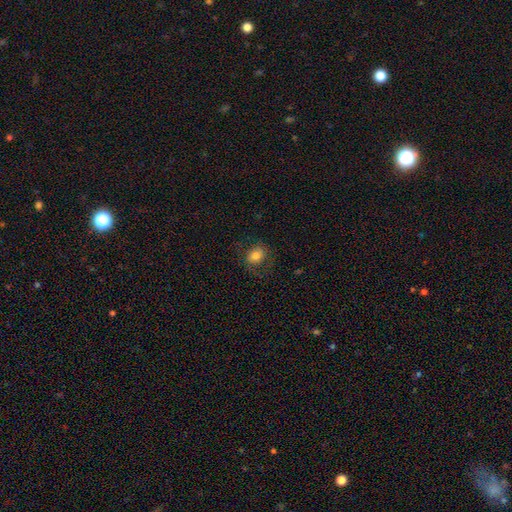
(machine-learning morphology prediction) smooth-or-featured: smooth: 75% | featured or disk: 16% | star or artifact: 9%
  how-rounded: in between: 56% | round: 43% | cigar-shaped: 1%
  merging: none: 73% | minor disturbance: 16% | major disturbance: 10% | merger: 1%